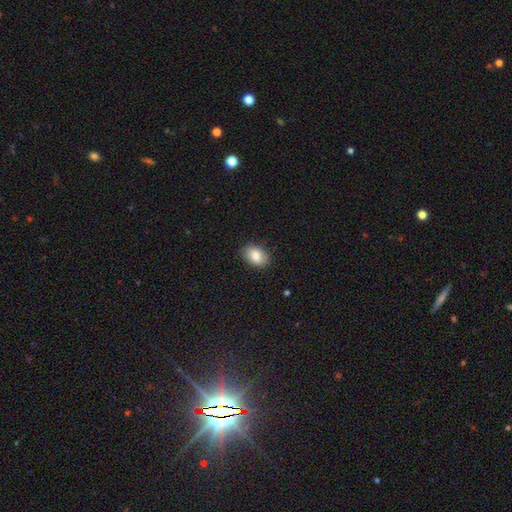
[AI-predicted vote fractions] smooth_or_featured: smooth (p=0.83) [alt: featured or disk p=0.10]
how_rounded: in between (p=0.83) [alt: round p=0.16]
merging: none (p=0.87) [alt: minor disturbance p=0.10]